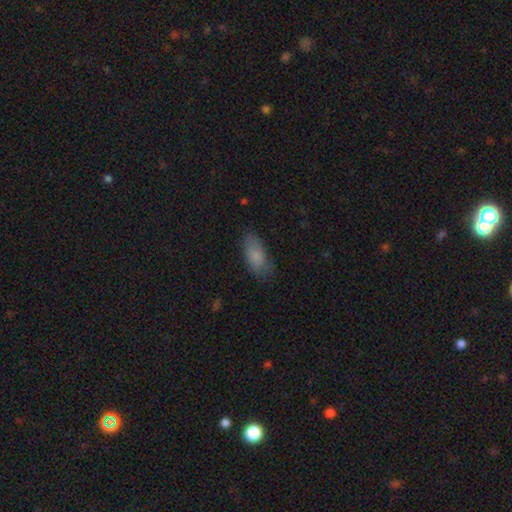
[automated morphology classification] This appears to be a smooth galaxy with no disk features (83%) that is in between round and cigar-shaped (85%). Merging: none (72%).